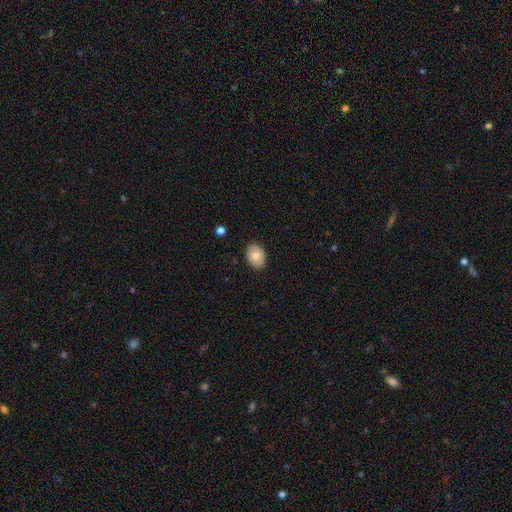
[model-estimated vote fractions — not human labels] Overall: smooth (74%). How rounded: in between (73%). Merging: none (89%).